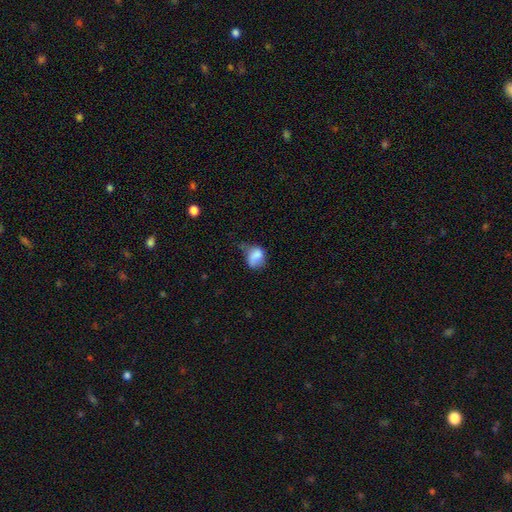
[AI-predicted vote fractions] Smooth or featured? Predicted: smooth (p=0.74). How rounded? Predicted: in between (p=0.55). Merging? Predicted: minor disturbance (p=0.37).